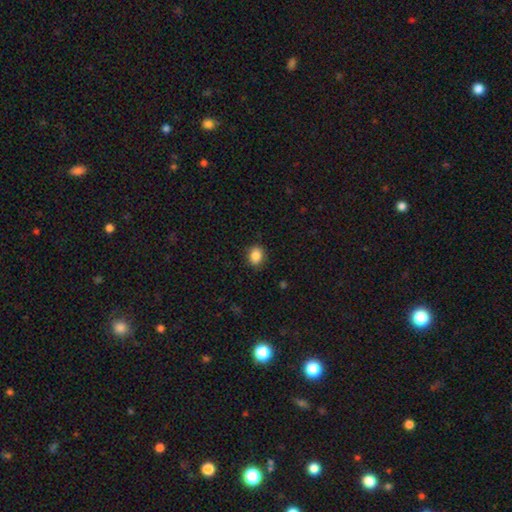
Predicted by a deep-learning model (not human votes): A smooth galaxy with no disk features (88%) that is in between round and cigar-shaped (58%). Merging: none (87%).